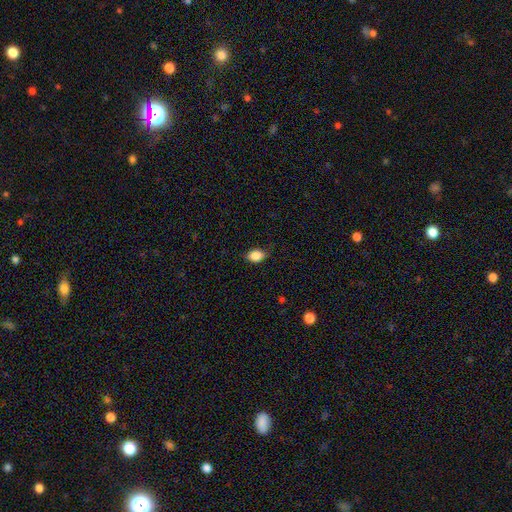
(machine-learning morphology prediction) Smooth or featured: smooth — 86% (star or artifact — 8%)
How rounded: in between — 80% (round — 18%)
Merging: none — 80% (minor disturbance — 16%)